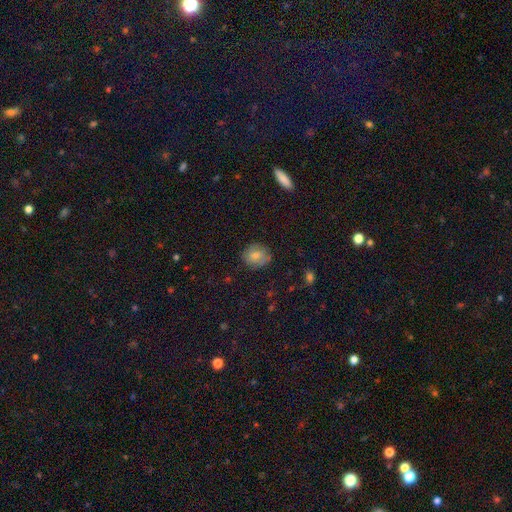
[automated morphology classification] smooth_or_featured: smooth (p=0.77) [alt: featured or disk p=0.14]
how_rounded: round (p=0.72) [alt: in between p=0.27]
merging: none (p=0.81) [alt: minor disturbance p=0.14]